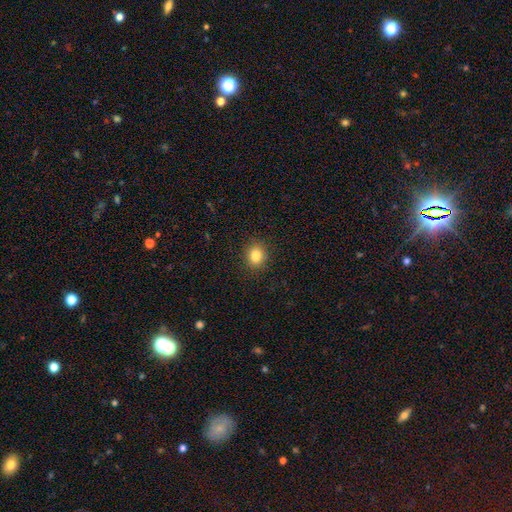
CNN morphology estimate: smooth_or_featured: smooth (p=0.84) [alt: star or artifact p=0.11]
how_rounded: round (p=0.75) [alt: in between p=0.24]
merging: none (p=0.90) [alt: minor disturbance p=0.07]